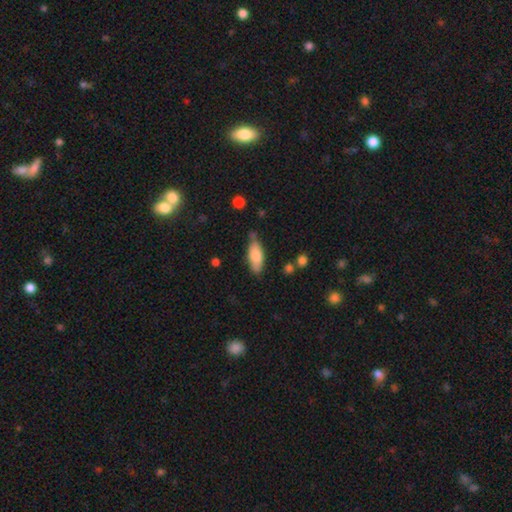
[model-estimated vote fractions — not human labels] Smooth or featured?
  - smooth: 79% *
  - featured or disk: 15%
  - star or artifact: 6%
How rounded?
  - in between: 78% *
  - cigar-shaped: 20%
  - round: 2%
Merging?
  - none: 72% *
  - minor disturbance: 19%
  - merger: 5%
  - major disturbance: 4%